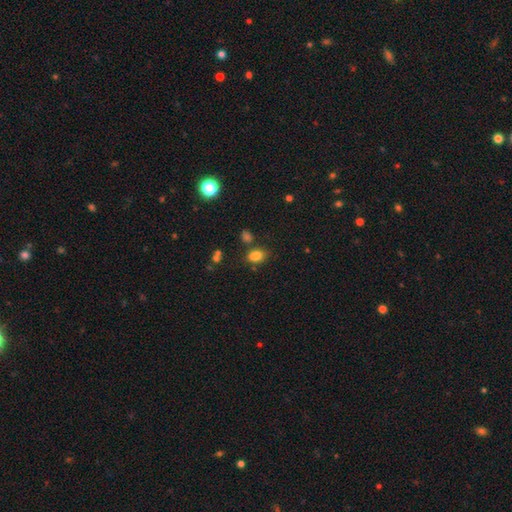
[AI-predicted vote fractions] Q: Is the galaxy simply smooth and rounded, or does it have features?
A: smooth — 81%.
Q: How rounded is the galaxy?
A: in between — 72%.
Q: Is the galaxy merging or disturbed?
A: none — 70%.